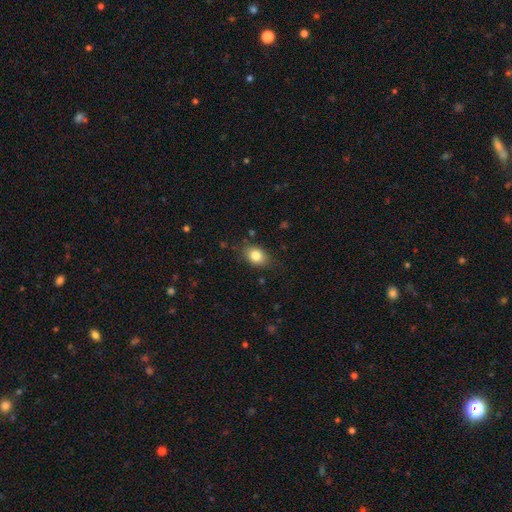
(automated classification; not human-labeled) smooth 82%, star or artifact 9%, featured or disk 9%. Down the decision tree: how rounded — in between (74%); merging — none (80%).